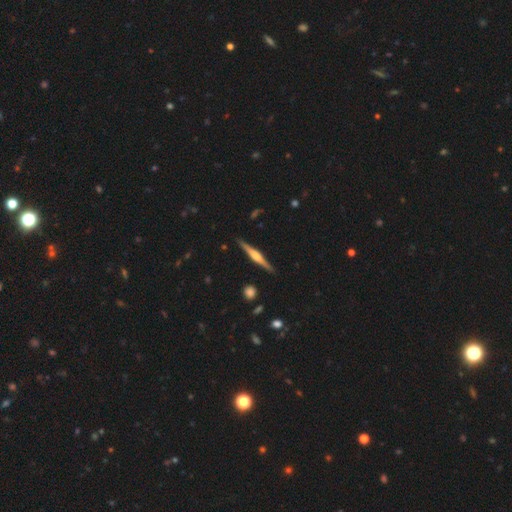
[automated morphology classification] Smooth or featured: featured or disk — 77% (smooth — 17%)
Edge-on disk: yes — 98% (no — 2%)
Edge-on bulge: rounded — 78% (boxy — 18%)
Merging: none — 90% (minor disturbance — 7%)